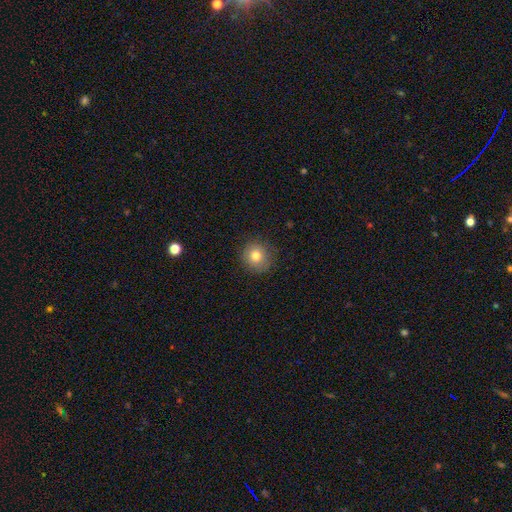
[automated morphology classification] smooth 79%, star or artifact 12%, featured or disk 10%. Down the decision tree: how rounded — round (92%); merging — none (87%).